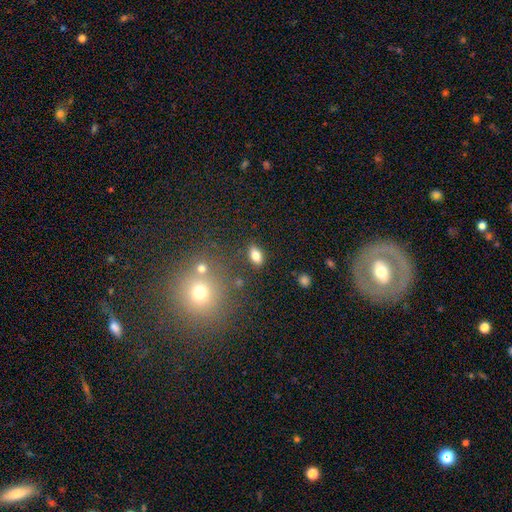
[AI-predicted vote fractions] Q: Smooth or featured?
A: smooth (80%); runner-up: star or artifact (10%)
Q: How rounded?
A: in between (88%); runner-up: round (8%)
Q: Merging?
A: none (84%); runner-up: minor disturbance (10%)